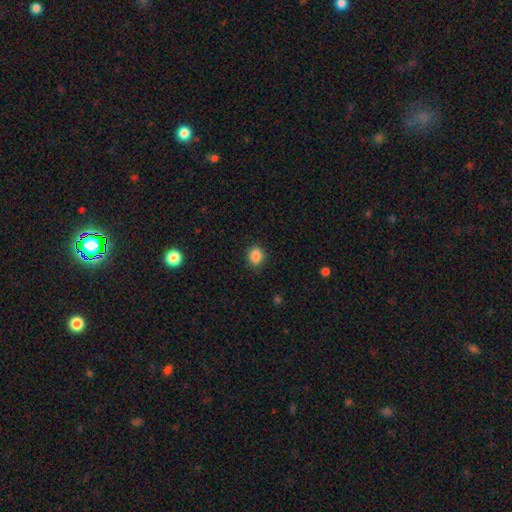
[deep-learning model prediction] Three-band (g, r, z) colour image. It shows a smooth galaxy with no disk features (86%) that is round (65%). Merging: none (87%).